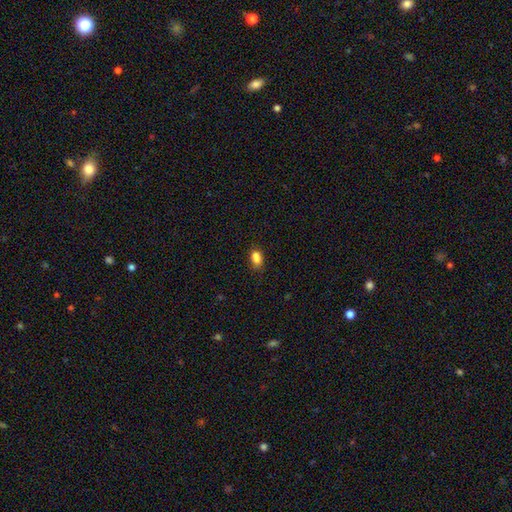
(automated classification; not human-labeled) Smooth or featured: smooth — 80% (star or artifact — 13%)
How rounded: in between — 81% (round — 15%)
Merging: none — 56% (minor disturbance — 20%)